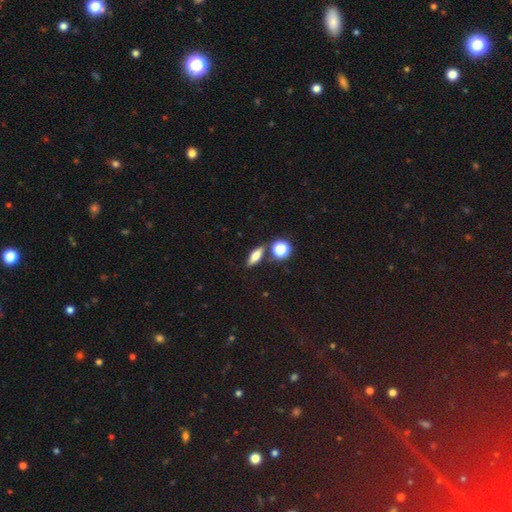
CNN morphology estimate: A smooth galaxy with no disk features (66%) that is in between round and cigar-shaped (54%). Merging: none (76%).